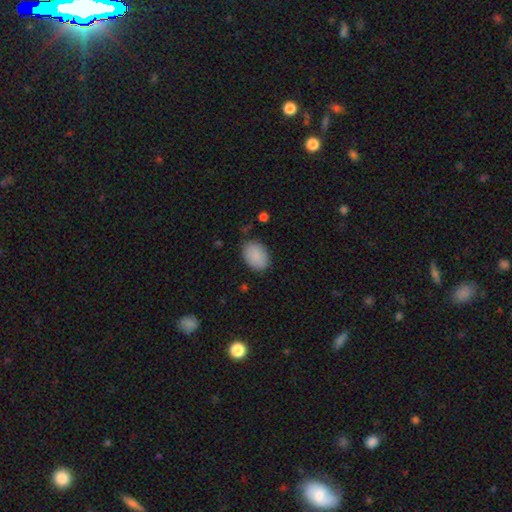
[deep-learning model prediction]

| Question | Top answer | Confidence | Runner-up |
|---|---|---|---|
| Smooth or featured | smooth | 89% | star or artifact (7%) |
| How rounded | in between | 79% | round (20%) |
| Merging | none | 83% | minor disturbance (13%) |